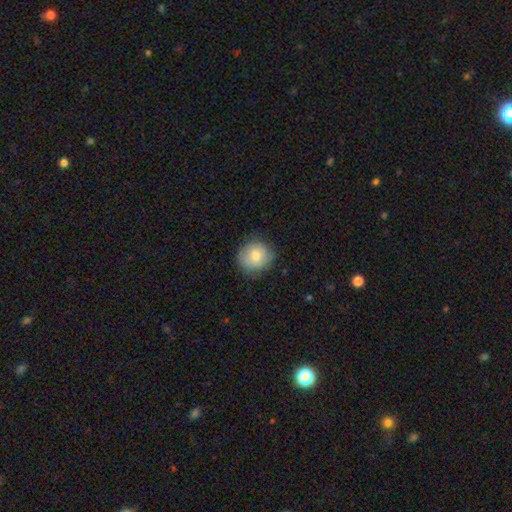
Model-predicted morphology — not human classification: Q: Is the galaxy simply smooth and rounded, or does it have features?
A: smooth — 79%.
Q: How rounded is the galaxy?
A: round — 87%.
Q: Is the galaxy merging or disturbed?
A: none — 81%.